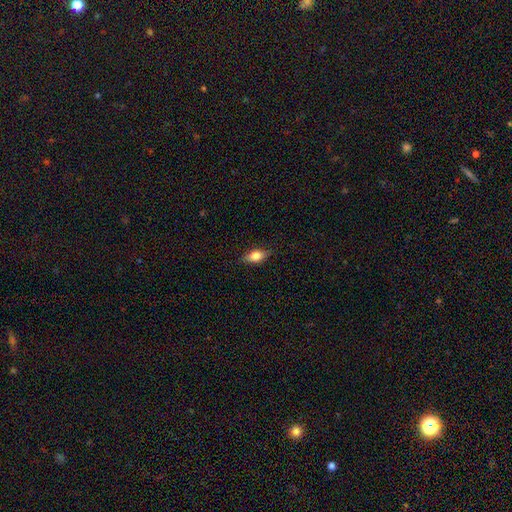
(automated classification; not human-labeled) smooth_or_featured: smooth (p=0.71) [alt: featured or disk p=0.21]
how_rounded: in between (p=0.79) [alt: cigar-shaped p=0.13]
merging: none (p=0.83) [alt: minor disturbance p=0.13]